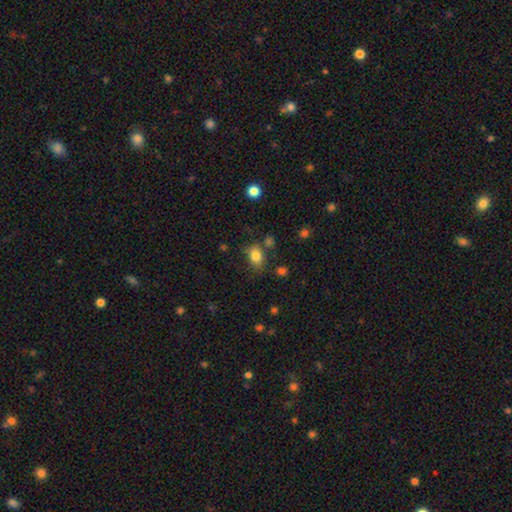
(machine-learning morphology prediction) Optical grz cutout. It shows a smooth galaxy with no disk features (82%) that is in between round and cigar-shaped (72%). Merging: none (66%).